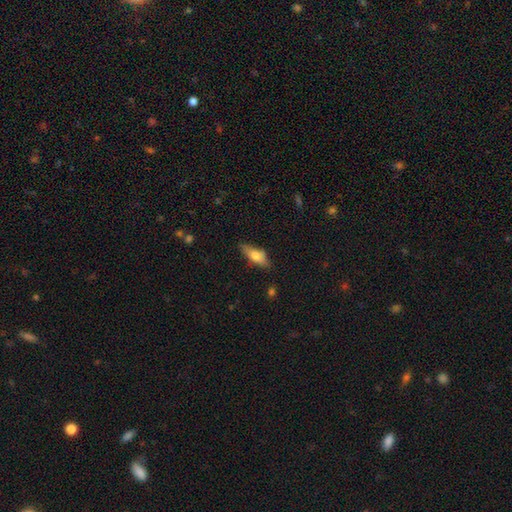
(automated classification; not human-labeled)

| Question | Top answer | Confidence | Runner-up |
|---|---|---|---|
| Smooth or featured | smooth | 65% | featured or disk (29%) |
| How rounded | in between | 59% | cigar-shaped (38%) |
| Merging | none | 77% | minor disturbance (18%) |